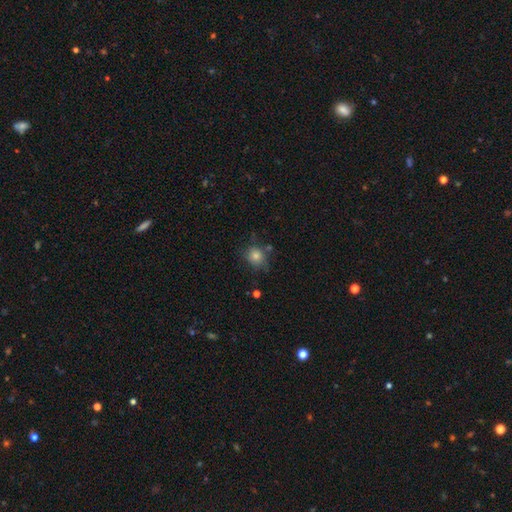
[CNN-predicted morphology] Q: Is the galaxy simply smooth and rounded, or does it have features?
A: smooth — 75%.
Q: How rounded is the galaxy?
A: round — 81%.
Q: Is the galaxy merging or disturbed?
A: none — 71%.